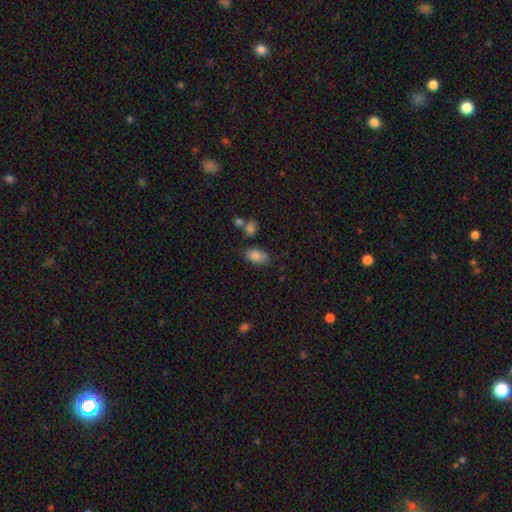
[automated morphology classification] Smooth or featured? Predicted: smooth (p=0.84). How rounded? Predicted: in between (p=0.91). Merging? Predicted: none (p=0.71).